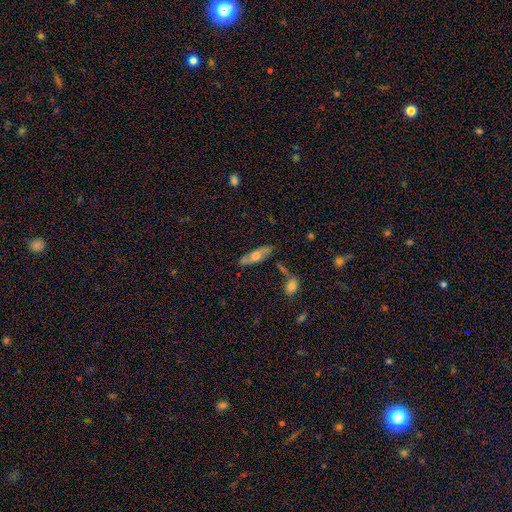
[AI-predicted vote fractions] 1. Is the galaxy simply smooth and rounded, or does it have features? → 48% featured or disk, 46% smooth, 6% star or artifact.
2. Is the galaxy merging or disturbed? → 78% none, 14% minor disturbance, 4% merger, 4% major disturbance.